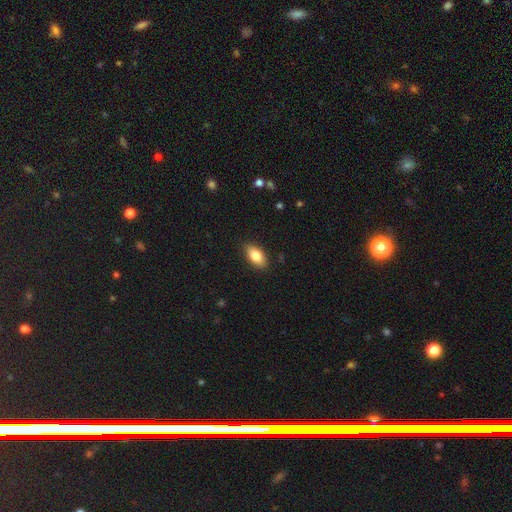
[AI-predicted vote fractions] Smooth or featured? smooth (83%)
How rounded? in between (91%)
Merging? none (88%)